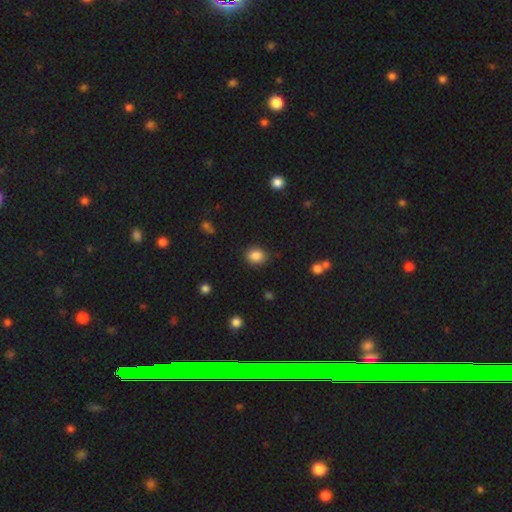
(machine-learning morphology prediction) Smooth or featured? Predicted: smooth (p=0.86). How rounded? Predicted: round (p=0.62). Merging? Predicted: none (p=0.86).